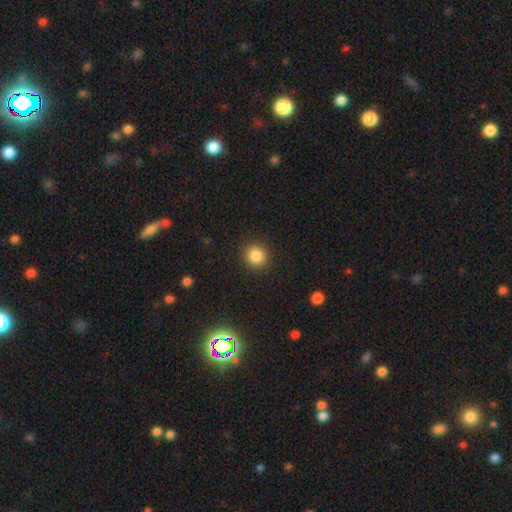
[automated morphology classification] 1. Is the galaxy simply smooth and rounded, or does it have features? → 85% smooth, 11% star or artifact, 4% featured or disk.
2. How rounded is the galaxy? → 90% round, 9% in between, 1% cigar-shaped.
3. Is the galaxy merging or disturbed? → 91% none, 6% minor disturbance, 2% major disturbance, 1% merger.